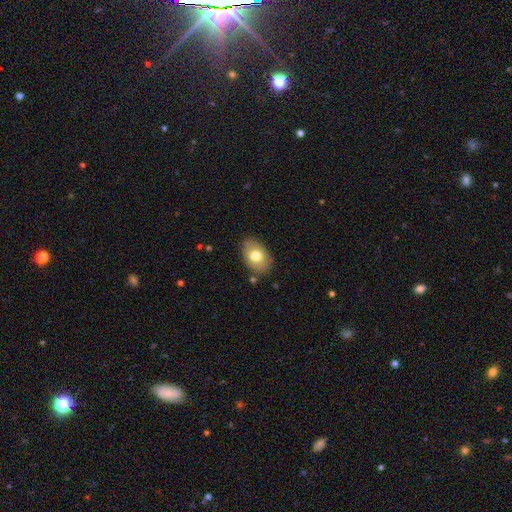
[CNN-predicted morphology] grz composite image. It shows a smooth galaxy with no disk features (74%) that is in between round and cigar-shaped (83%). Merging: none (82%).